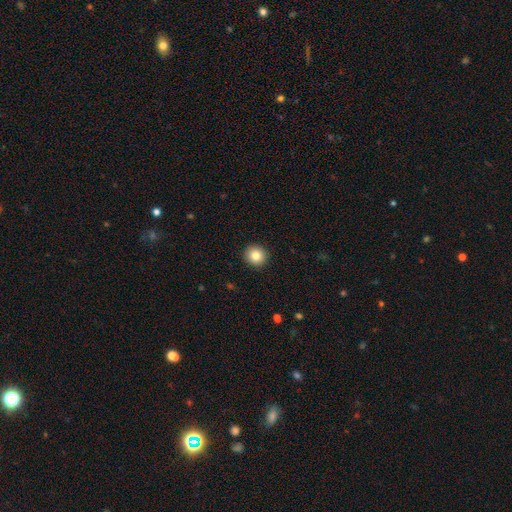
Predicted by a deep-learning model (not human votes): Smooth or featured?
  - smooth: 83% *
  - star or artifact: 10%
  - featured or disk: 7%
How rounded?
  - round: 92% *
  - in between: 7%
  - cigar-shaped: 1%
Merging?
  - none: 93% *
  - minor disturbance: 5%
  - major disturbance: 2%
  - merger: 1%